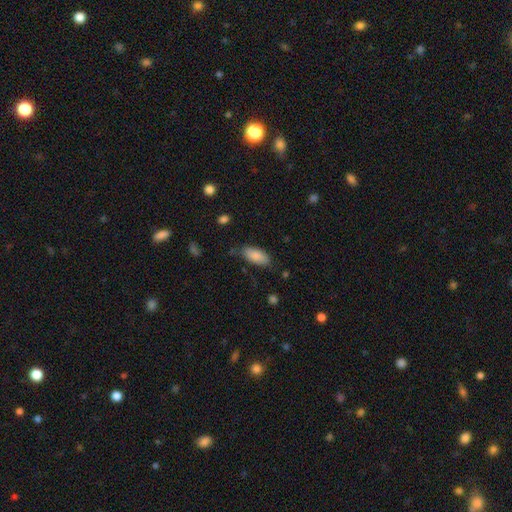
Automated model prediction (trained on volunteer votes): Smooth or featured: smooth — 87% (featured or disk — 7%)
How rounded: in between — 87% (cigar-shaped — 11%)
Merging: none — 77% (minor disturbance — 17%)